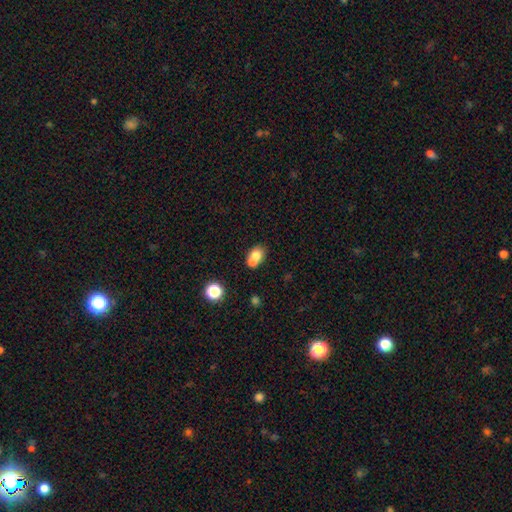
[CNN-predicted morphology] smooth-or-featured: smooth: 72% | featured or disk: 17% | star or artifact: 11%
  how-rounded: in between: 50% | round: 49% | cigar-shaped: 1%
  merging: merger: 56% | none: 34% | minor disturbance: 8% | major disturbance: 3%